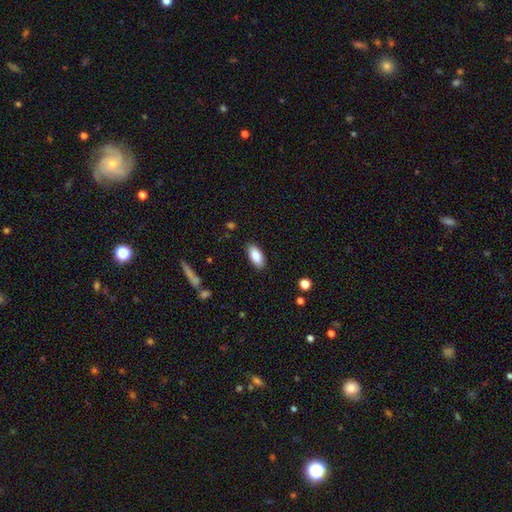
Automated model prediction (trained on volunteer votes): Smooth or featured?
  - smooth: 88% *
  - star or artifact: 7%
  - featured or disk: 6%
How rounded?
  - in between: 89% *
  - cigar-shaped: 8%
  - round: 2%
Merging?
  - none: 87% *
  - minor disturbance: 9%
  - major disturbance: 2%
  - merger: 1%